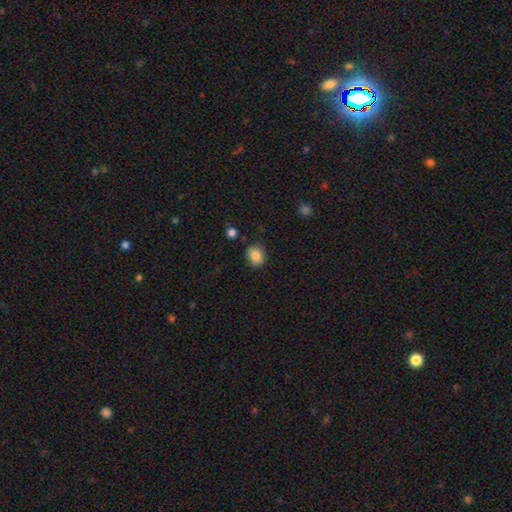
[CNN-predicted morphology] Smooth or featured? Predicted: smooth (p=0.86). How rounded? Predicted: round (p=0.57). Merging? Predicted: none (p=0.82).